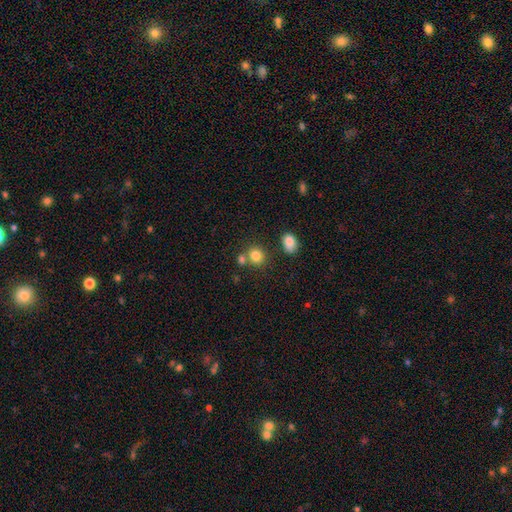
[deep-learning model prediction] This is clearly a smooth galaxy (83%). How rounded: clearly round (81%). Merging: likely none (65%).